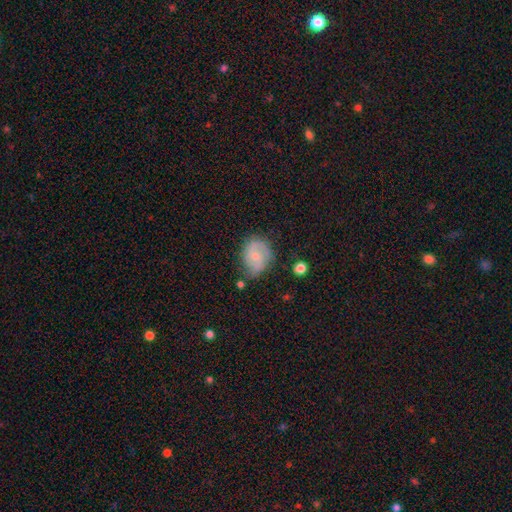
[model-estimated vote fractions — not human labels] This is possibly a featured or disk galaxy (55%). It is clearly not viewed edge-on (97%). Bar: likely no (66%). Spiral arm pattern: clearly yes (85%). Central bulge: possibly small (57%). Merging: possibly none (56%).